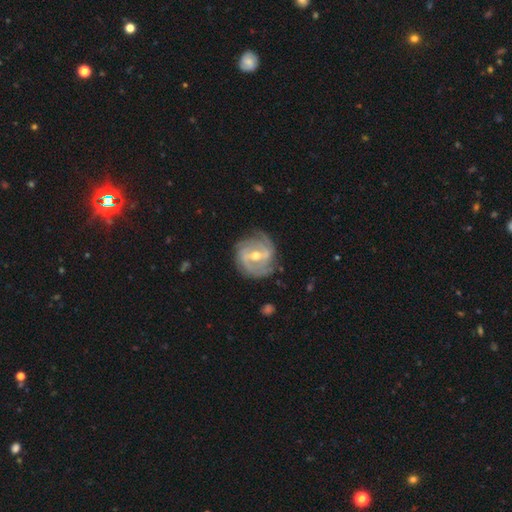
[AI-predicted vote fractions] A featured or disk galaxy (86%) with a weak bar (47%), 2 (43%) tight (50%) spiral arms (93%) and a moderate central bulge (69%). Merging: none (76%).